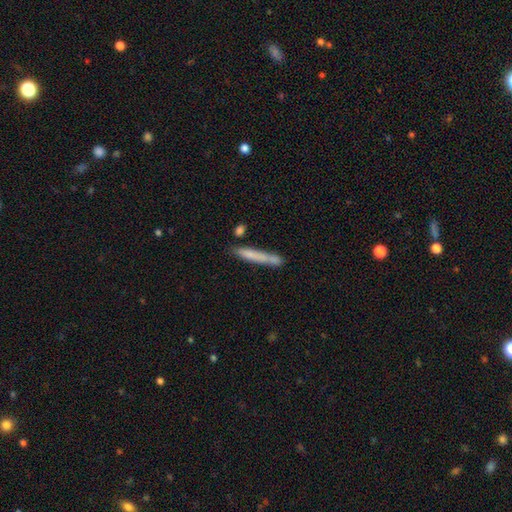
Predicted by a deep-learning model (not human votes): Overall: smooth (68%). How rounded: cigar-shaped (94%). Merging: none (68%).